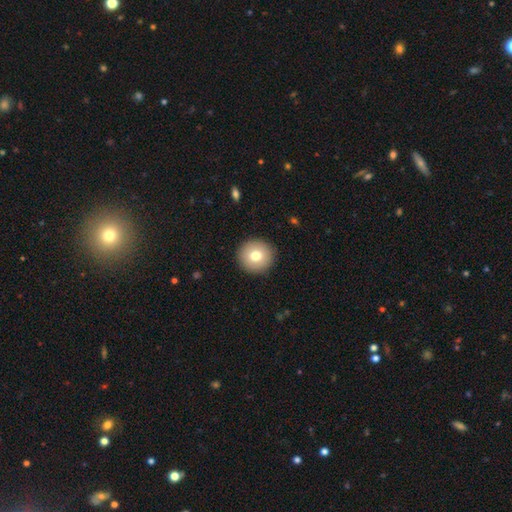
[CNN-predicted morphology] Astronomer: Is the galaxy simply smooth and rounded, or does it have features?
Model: smooth — 75%.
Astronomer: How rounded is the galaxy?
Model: round — 94%.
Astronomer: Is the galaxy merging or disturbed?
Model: none — 92%.